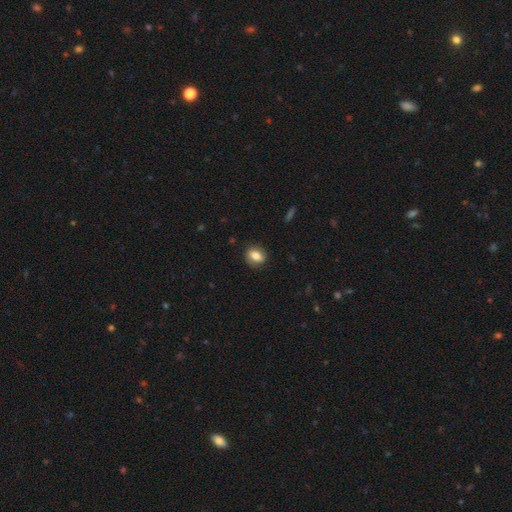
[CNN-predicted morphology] The model was most divided on "how rounded": in between: 58%, round: 41%, cigar-shaped: 2%. More confident: merging — none (82%); smooth or featured — smooth (73%).